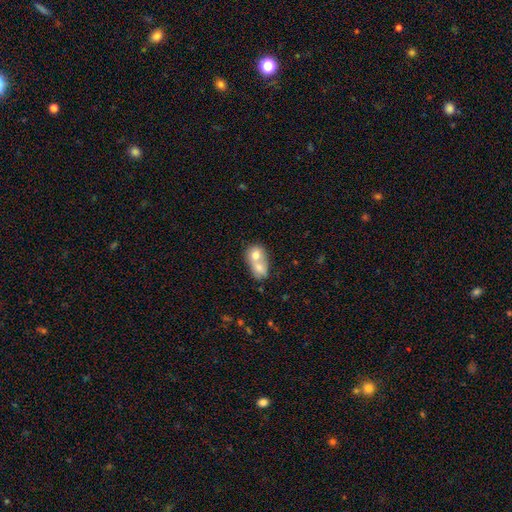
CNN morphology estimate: Q: Smooth or featured?
A: smooth (69%); runner-up: featured or disk (23%)
Q: How rounded?
A: round (52%); runner-up: in between (47%)
Q: Merging?
A: merger (77%); runner-up: none (16%)